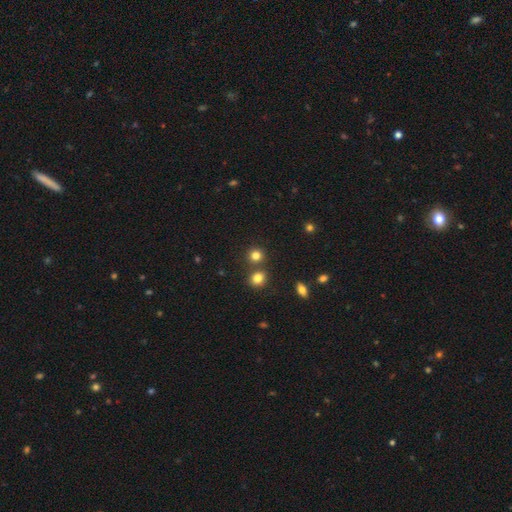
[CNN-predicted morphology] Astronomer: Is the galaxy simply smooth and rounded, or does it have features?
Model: smooth — 80%.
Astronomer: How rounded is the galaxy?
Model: round — 87%.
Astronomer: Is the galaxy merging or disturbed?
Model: none — 72%.